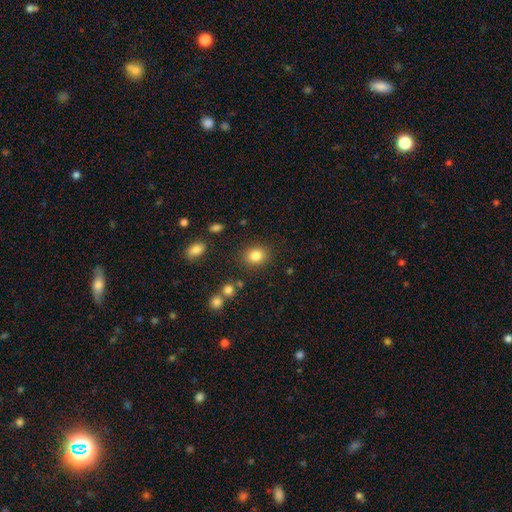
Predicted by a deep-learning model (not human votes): Smooth or featured?
  - smooth: 84% *
  - star or artifact: 10%
  - featured or disk: 6%
How rounded?
  - round: 60% *
  - in between: 39%
  - cigar-shaped: 1%
Merging?
  - none: 85% *
  - minor disturbance: 9%
  - major disturbance: 3%
  - merger: 3%